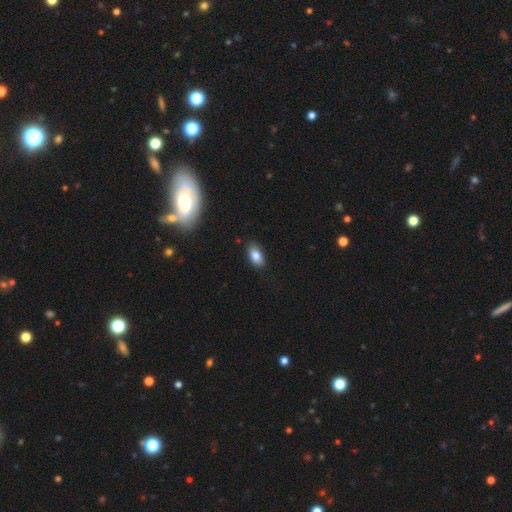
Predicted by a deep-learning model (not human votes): Smooth or featured: smooth — 84% (star or artifact — 8%)
How rounded: in between — 90% (round — 5%)
Merging: none — 85% (minor disturbance — 12%)